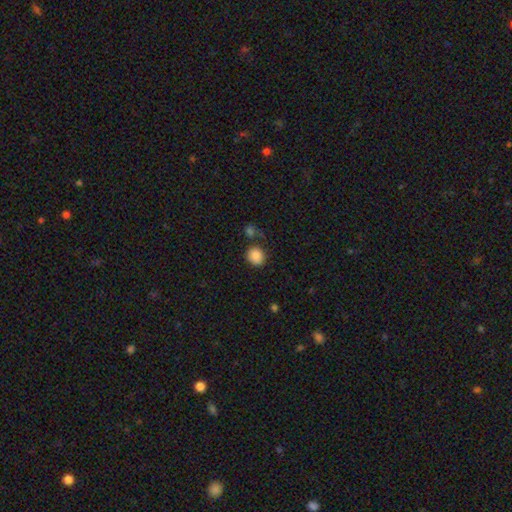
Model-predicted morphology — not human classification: A smooth galaxy with no disk features (87%) that is round (80%).

Vote fractions:
- Smooth or featured? smooth: 87% / star or artifact: 9% / featured or disk: 4%
- How rounded? round: 80% / in between: 19% / cigar-shaped: 1%
- Merging? none: 77% / minor disturbance: 11% / merger: 8% / major disturbance: 4%